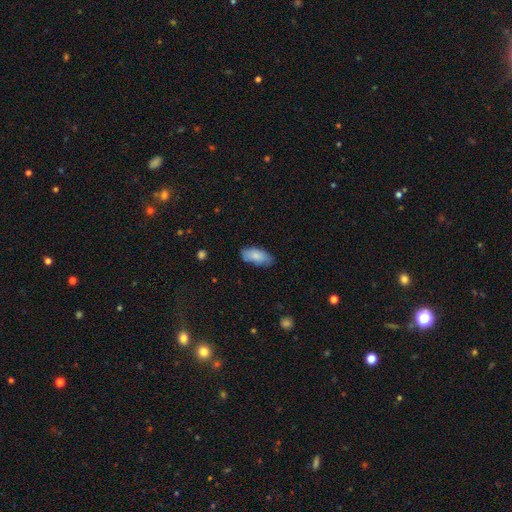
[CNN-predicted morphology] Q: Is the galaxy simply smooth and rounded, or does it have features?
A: smooth — 80%.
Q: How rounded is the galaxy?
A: in between — 91%.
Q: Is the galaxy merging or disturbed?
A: none — 73%.